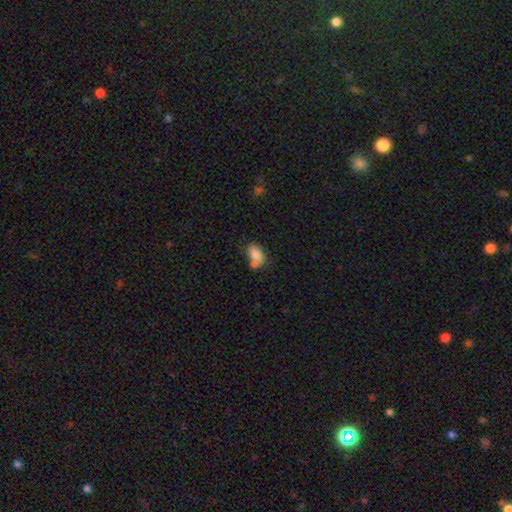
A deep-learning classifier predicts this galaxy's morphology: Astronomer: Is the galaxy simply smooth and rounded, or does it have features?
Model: smooth — 81%.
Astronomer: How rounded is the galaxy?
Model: in between — 88%.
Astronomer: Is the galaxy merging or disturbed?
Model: none — 42% (runner-up: merger, 32%).